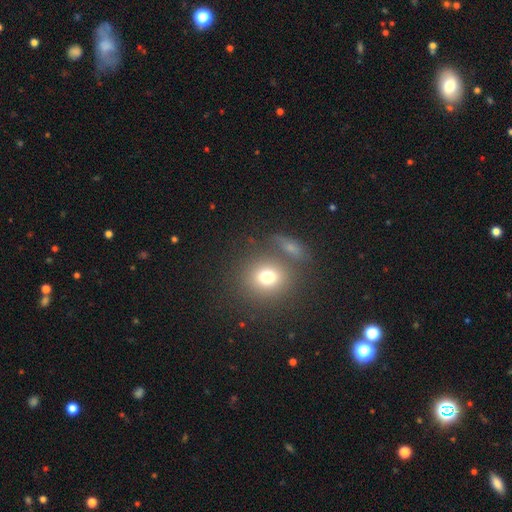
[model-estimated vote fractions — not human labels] smooth_or_featured: smooth (p=0.60) [alt: star or artifact p=0.28]
how_rounded: round (p=0.82) [alt: in between p=0.17]
merging: none (p=0.70) [alt: merger p=0.16]